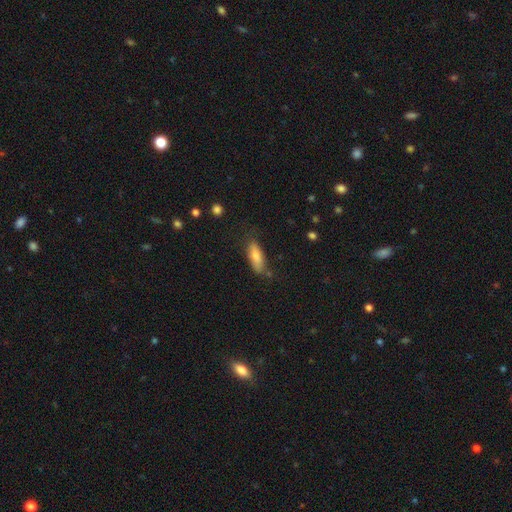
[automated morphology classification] Smooth or featured? Predicted: smooth (p=0.75). How rounded? Predicted: in between (p=0.61). Merging? Predicted: none (p=0.69).